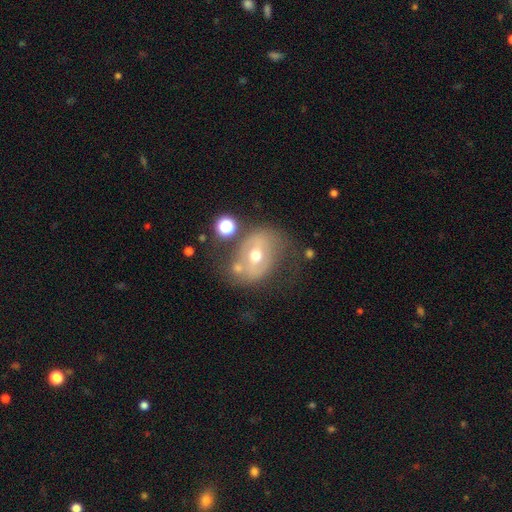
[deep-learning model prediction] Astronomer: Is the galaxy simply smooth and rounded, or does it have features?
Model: featured or disk — 56% (runner-up: smooth, 34%).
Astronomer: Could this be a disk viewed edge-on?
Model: no — 93%.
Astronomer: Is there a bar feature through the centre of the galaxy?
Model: no — 41% (runner-up: weak, 34%).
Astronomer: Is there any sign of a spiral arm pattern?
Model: no — 65%.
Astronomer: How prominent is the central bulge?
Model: moderate — 72%.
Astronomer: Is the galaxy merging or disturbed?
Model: none — 54%.